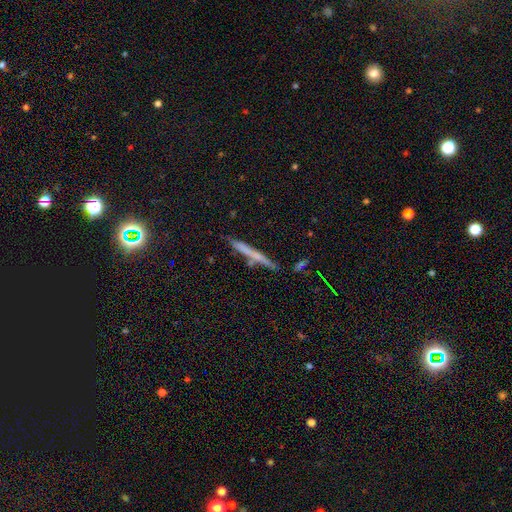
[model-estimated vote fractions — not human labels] Smooth or featured? smooth (46%)
Merging? none (83%)